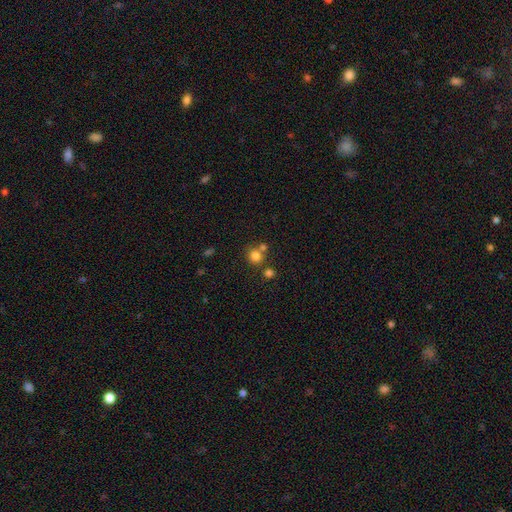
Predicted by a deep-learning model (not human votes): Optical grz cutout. It shows a smooth galaxy with no disk features (79%) that is round (87%). Merging: none (62%).